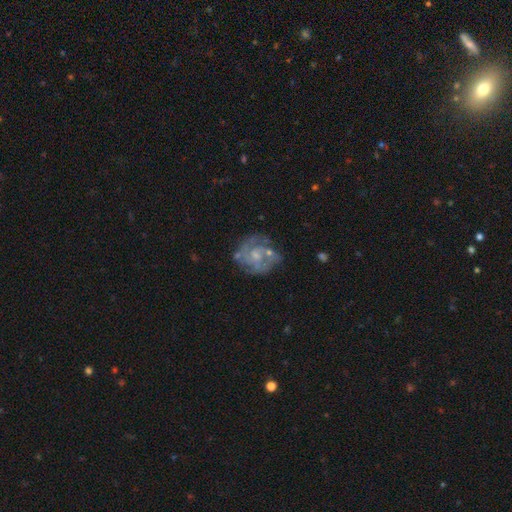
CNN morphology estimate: Smooth or featured? featured or disk (77%)
Edge-on disk? no (98%)
Bar? no (68%)
Spiral arms? yes (79%)
Spiral winding? tight (51%)
Spiral arm count? can't tell (35%)
Bulge size? small (51%)
Merging? none (59%)